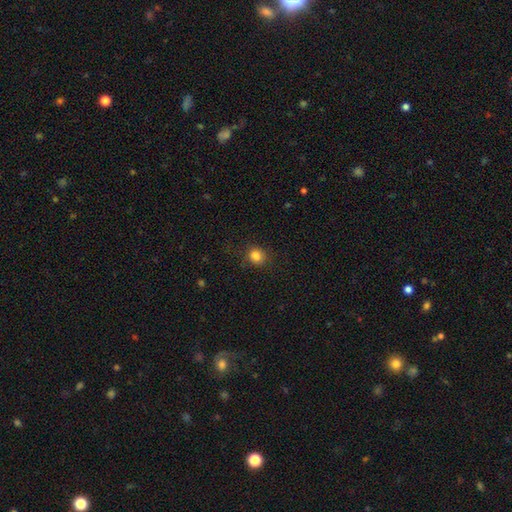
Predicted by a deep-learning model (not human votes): Morphology: type=smooth (84%); roundness=round (81%); merging=none (85%).